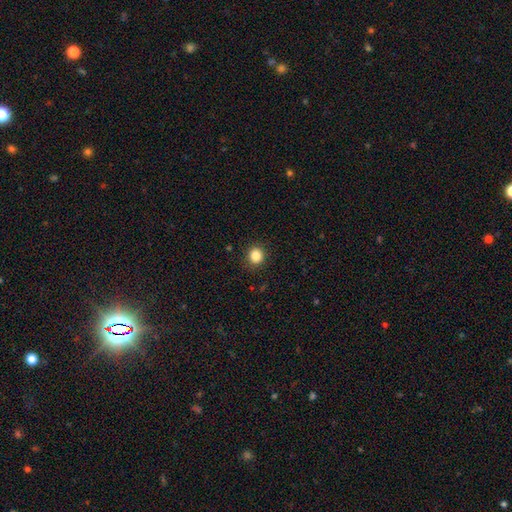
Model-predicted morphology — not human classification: This appears to be a smooth galaxy with no disk features (85%) that is round (82%). Merging: none (91%).